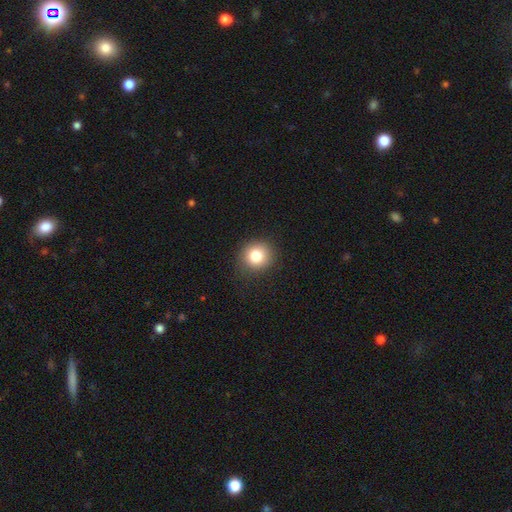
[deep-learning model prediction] The model was most divided on "smooth or featured": smooth: 81%, star or artifact: 11%, featured or disk: 8%. More confident: how rounded — round (89%); merging — none (88%).